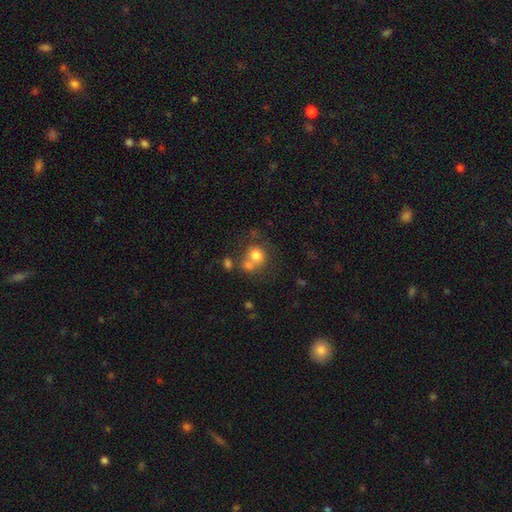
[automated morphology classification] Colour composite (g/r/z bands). It shows a smooth galaxy with no disk features (73%) that is round (79%). Merging: none (43%).